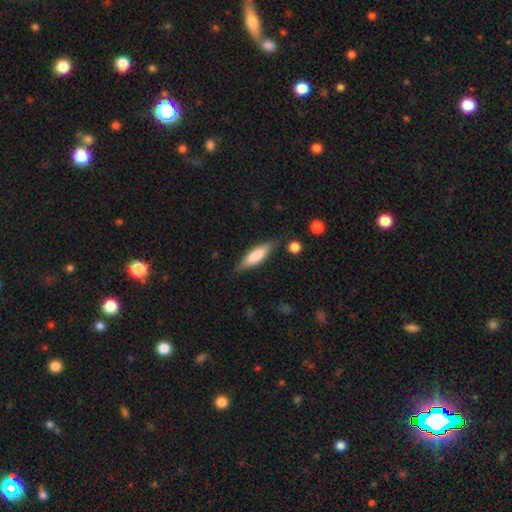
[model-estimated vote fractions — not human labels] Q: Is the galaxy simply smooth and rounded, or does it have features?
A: smooth — 69%.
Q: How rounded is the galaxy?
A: cigar-shaped — 61%.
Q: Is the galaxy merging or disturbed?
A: none — 79%.